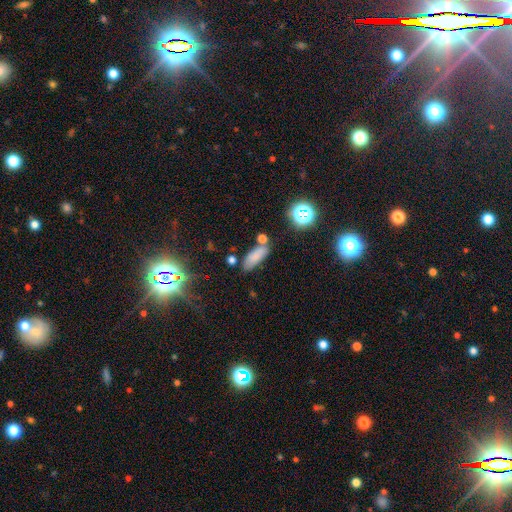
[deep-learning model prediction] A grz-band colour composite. It shows a smooth galaxy with no disk features (76%) that is in between round and cigar-shaped (67%). Merging: none (62%).